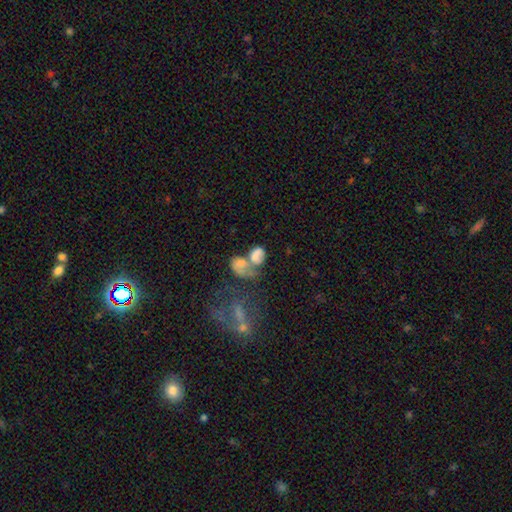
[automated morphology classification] This appears to be a smooth galaxy with no disk features (58%) that is in between round and cigar-shaped (74%). Merging: merger (67%).